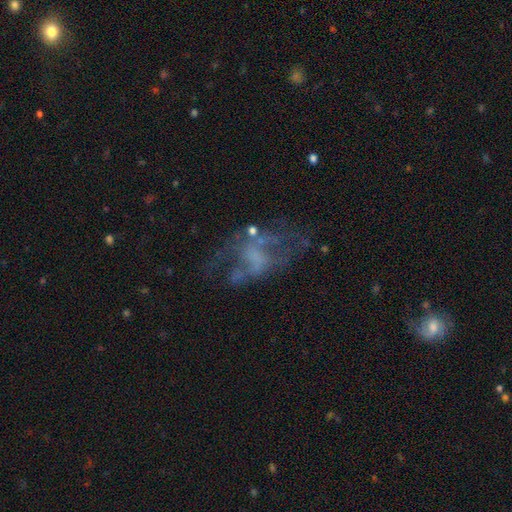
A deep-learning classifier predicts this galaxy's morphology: A featured or disk galaxy (64%) with no bar (69%), no spiral arms (58%) and no central bulge (65%).

Vote fractions:
- Smooth or featured? featured or disk: 64% / smooth: 20% / star or artifact: 16%
- Edge-on disk? no: 97% / yes: 3%
- Bar? no: 69% / weak: 24% / strong: 7%
- Spiral arms? no: 58% / yes: 42%
- Bulge size? none: 65% / small: 17% / moderate: 12% / large: 4% / dominant: 1%
- Merging? none: 39% / major disturbance: 37% / minor disturbance: 17% / merger: 7%